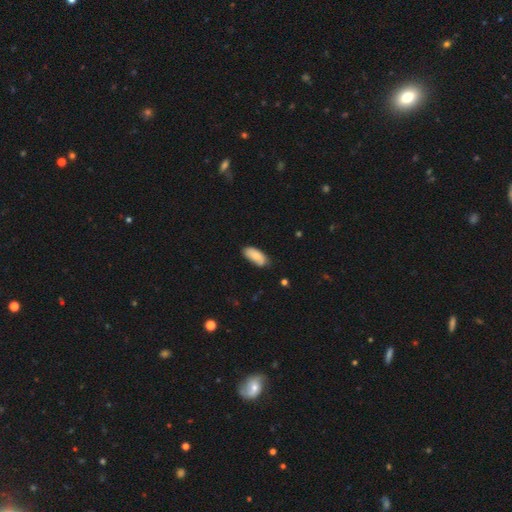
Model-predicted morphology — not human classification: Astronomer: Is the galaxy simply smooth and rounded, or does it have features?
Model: smooth — 83%.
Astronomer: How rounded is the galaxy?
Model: in between — 86%.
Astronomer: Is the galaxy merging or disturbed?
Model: none — 68%.